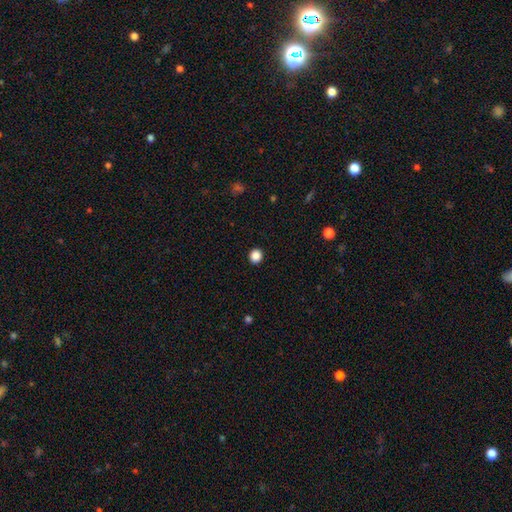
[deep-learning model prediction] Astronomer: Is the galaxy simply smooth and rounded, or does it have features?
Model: smooth — 87%.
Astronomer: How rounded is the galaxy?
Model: round — 86%.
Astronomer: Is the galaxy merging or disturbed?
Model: none — 92%.